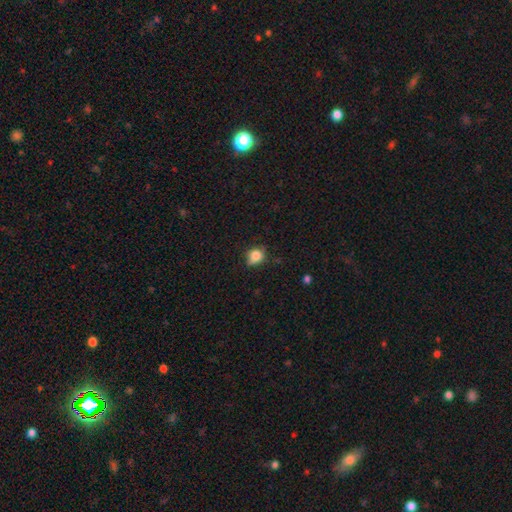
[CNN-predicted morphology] The model was most divided on "merging": none: 53%, minor disturbance: 36%, major disturbance: 8%, merger: 2%. More confident: smooth or featured — smooth (81%); how rounded — round (60%).